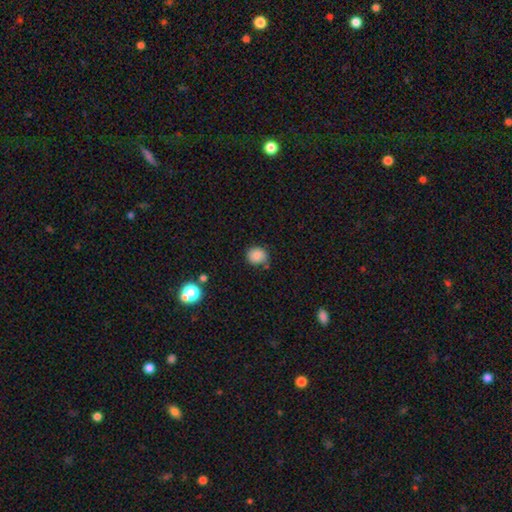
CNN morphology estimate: smooth_or_featured: smooth (p=0.83) [alt: star or artifact p=0.10]
how_rounded: round (p=0.82) [alt: in between p=0.17]
merging: none (p=0.71) [alt: minor disturbance p=0.20]